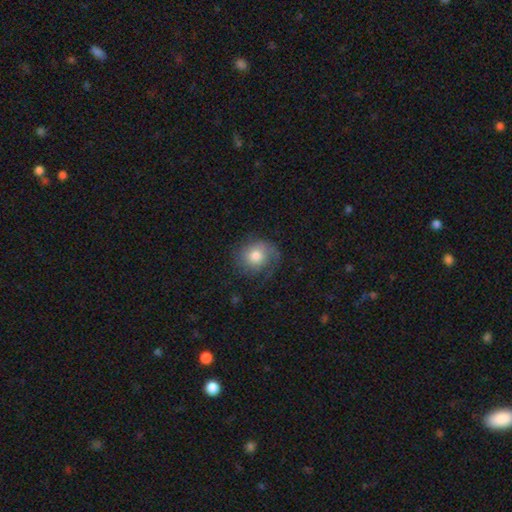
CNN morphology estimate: Smooth or featured?
  - smooth: 55% *
  - featured or disk: 37%
  - star or artifact: 8%
How rounded?
  - round: 80% *
  - in between: 19%
  - cigar-shaped: 1%
Merging?
  - none: 62% *
  - minor disturbance: 21%
  - major disturbance: 16%
  - merger: 1%